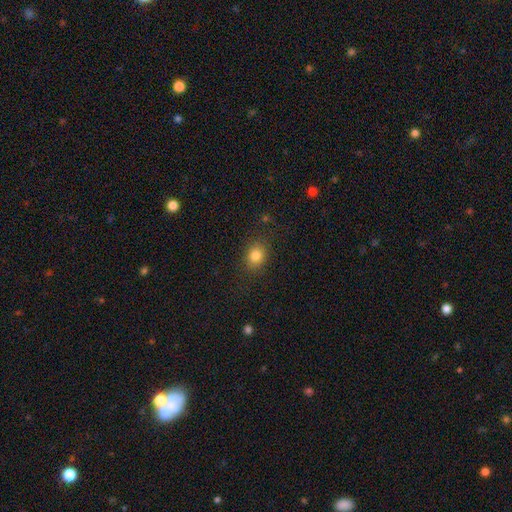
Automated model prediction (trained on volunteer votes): Smooth or featured?
  - smooth: 83% *
  - star or artifact: 11%
  - featured or disk: 6%
How rounded?
  - round: 56% *
  - in between: 43%
  - cigar-shaped: 1%
Merging?
  - none: 84% *
  - minor disturbance: 11%
  - major disturbance: 4%
  - merger: 1%